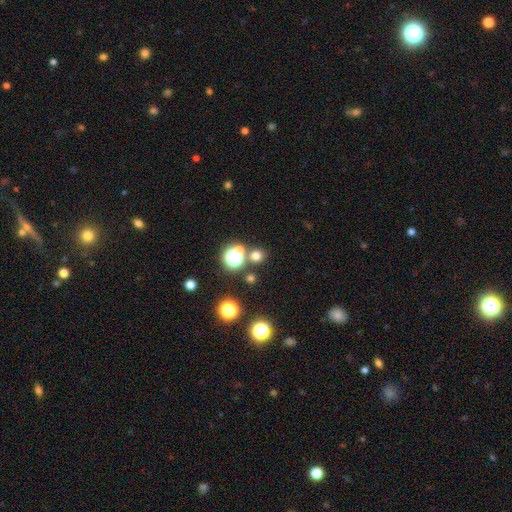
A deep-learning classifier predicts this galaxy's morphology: This is likely a smooth galaxy (65%). How rounded: clearly round (91%). Merging: likely none (76%).